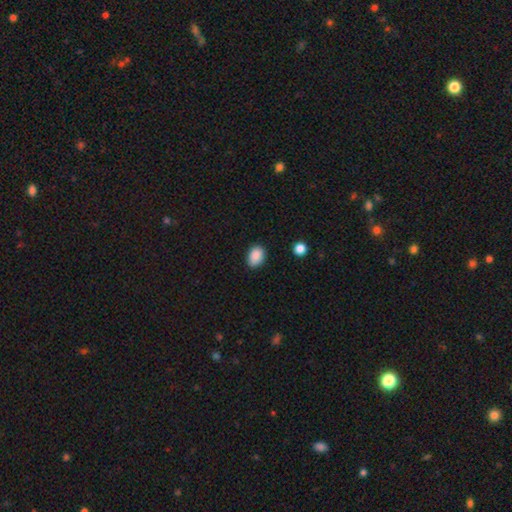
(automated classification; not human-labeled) This appears to be a smooth galaxy with no disk features (89%) that is in between round and cigar-shaped (78%). Merging: none (85%).